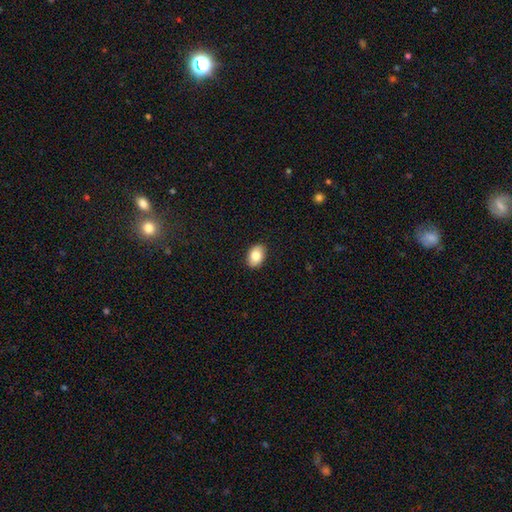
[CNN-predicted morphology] A smooth galaxy with no disk features (84%) that is in between round and cigar-shaped (85%). Merging: none (89%).